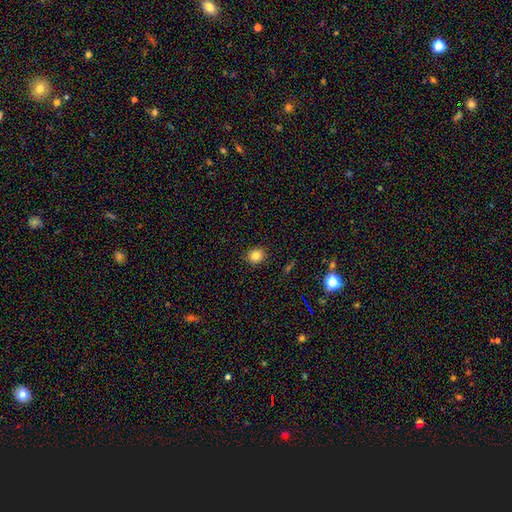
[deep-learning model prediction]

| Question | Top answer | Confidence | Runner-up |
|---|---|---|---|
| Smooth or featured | smooth | 82% | star or artifact (12%) |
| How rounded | round | 83% | in between (16%) |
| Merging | none | 90% | minor disturbance (7%) |